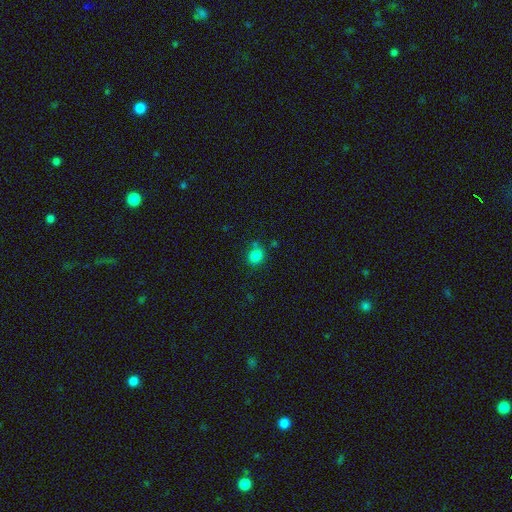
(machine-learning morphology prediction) This appears to be a smooth galaxy with no disk features (83%) that is round (68%). Merging: none (73%).